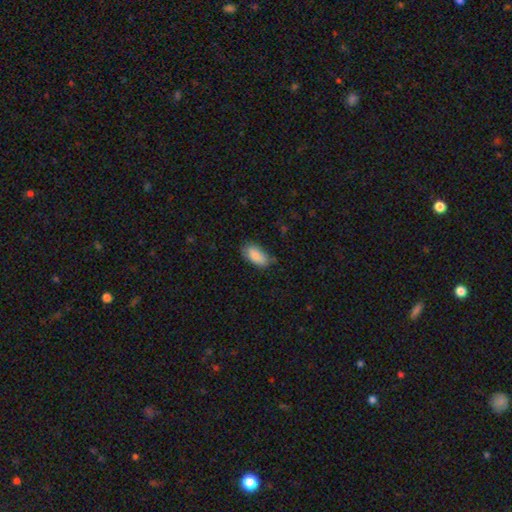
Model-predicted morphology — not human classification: This is clearly a smooth galaxy (86%). How rounded: clearly in between (91%). Merging: likely none (68%).